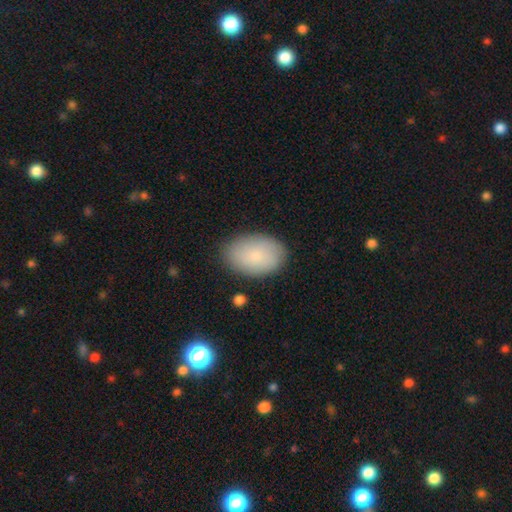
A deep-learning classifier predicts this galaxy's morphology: A smooth galaxy with no disk features (83%) that is in between round and cigar-shaped (90%). Merging: none (84%).